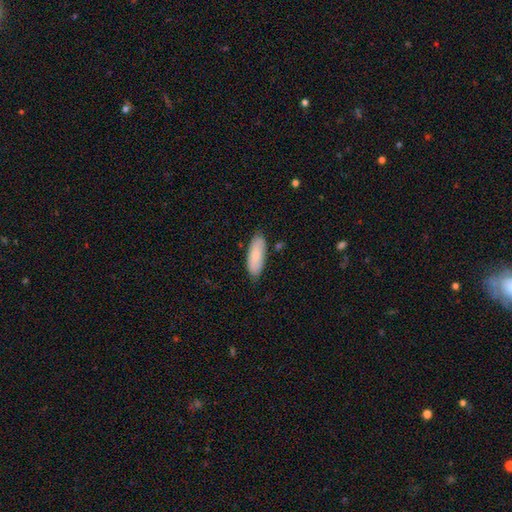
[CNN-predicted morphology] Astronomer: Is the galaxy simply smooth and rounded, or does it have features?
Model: smooth — 79%.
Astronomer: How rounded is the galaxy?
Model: in between — 76%.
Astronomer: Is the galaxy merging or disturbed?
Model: none — 82%.